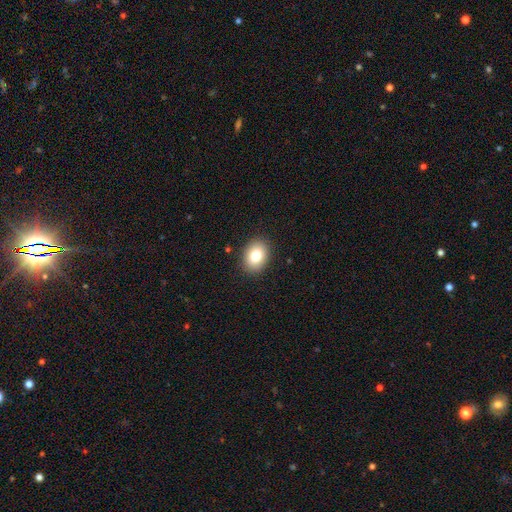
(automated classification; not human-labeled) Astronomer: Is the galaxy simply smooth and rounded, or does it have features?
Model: smooth — 80%.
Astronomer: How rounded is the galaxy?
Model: in between — 65%.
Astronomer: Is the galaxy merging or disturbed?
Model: none — 89%.